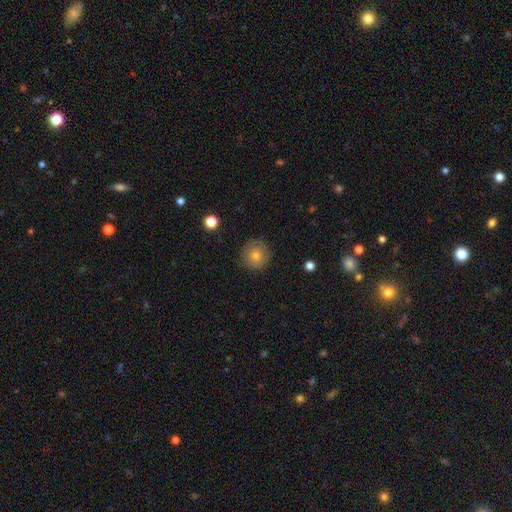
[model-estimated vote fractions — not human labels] Smooth or featured?
  - smooth: 71% *
  - featured or disk: 17%
  - star or artifact: 11%
How rounded?
  - round: 94% *
  - in between: 5%
  - cigar-shaped: 1%
Merging?
  - none: 86% *
  - minor disturbance: 10%
  - major disturbance: 3%
  - merger: 1%